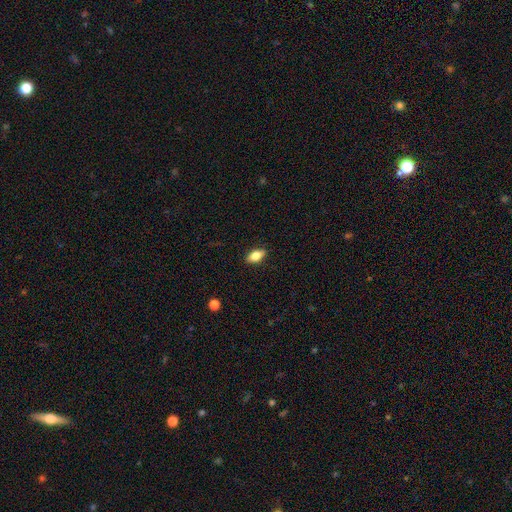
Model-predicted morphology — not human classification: A smooth galaxy with no disk features (78%) that is in between round and cigar-shaped (87%). Merging: none (88%).